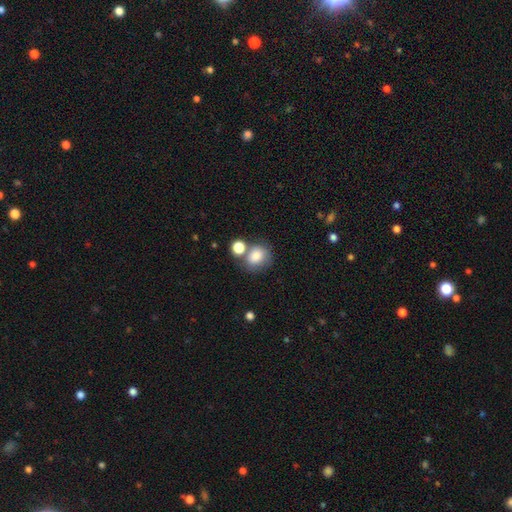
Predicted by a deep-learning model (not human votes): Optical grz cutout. It shows a smooth galaxy with no disk features (81%) that is round (64%). Merging: none (52%).